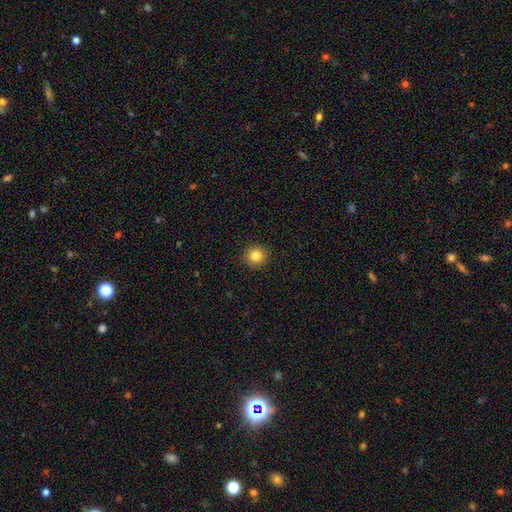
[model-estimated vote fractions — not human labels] smooth_or_featured: smooth (p=0.84) [alt: star or artifact p=0.11]
how_rounded: round (p=0.93) [alt: in between p=0.06]
merging: none (p=0.92) [alt: minor disturbance p=0.05]